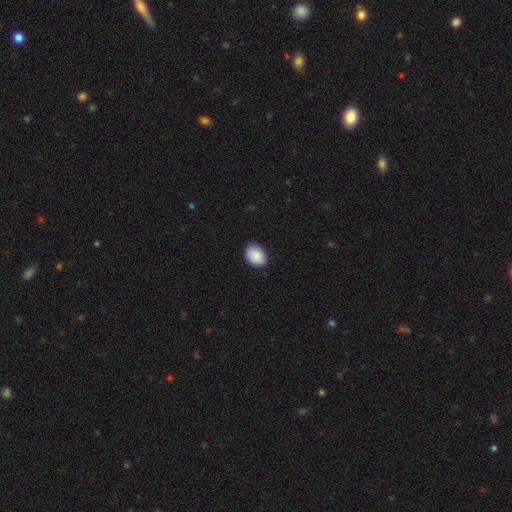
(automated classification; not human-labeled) This appears to be a smooth galaxy with no disk features (88%) that is in between round and cigar-shaped (74%). Merging: none (86%).